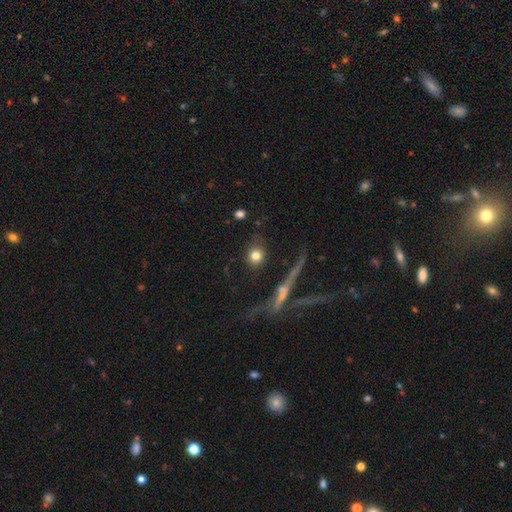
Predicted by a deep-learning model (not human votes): This appears to be a smooth galaxy with no disk features (76%) that is round (80%). Merging: none (76%).